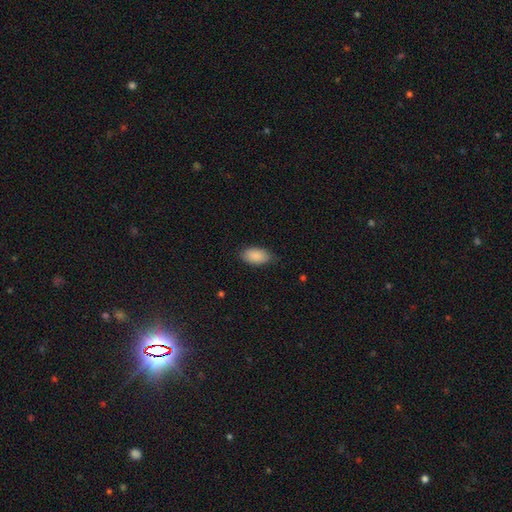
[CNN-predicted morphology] The model was most divided on "merging": none: 77%, minor disturbance: 18%, major disturbance: 3%, merger: 1%. More confident: how rounded — in between (94%); smooth or featured — smooth (89%).